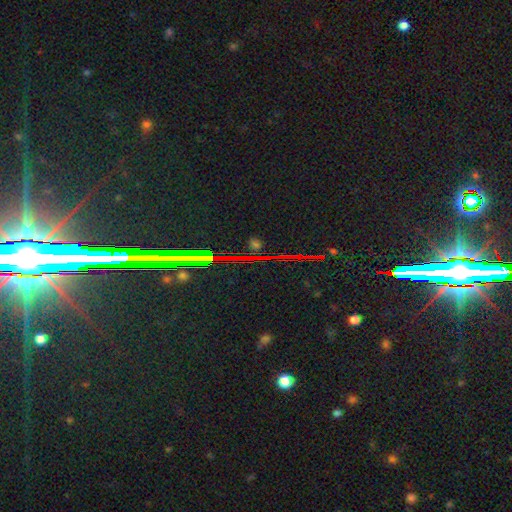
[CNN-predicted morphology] A star or artifact, not a galaxy (81%).

Vote fractions:
- Smooth or featured? star or artifact: 81% / featured or disk: 10% / smooth: 9%